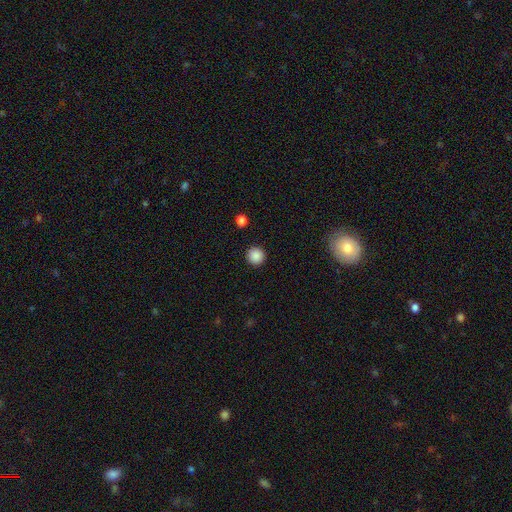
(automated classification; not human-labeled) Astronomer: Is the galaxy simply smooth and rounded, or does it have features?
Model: smooth — 88%.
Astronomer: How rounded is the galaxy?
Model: round — 96%.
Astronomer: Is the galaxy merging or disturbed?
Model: none — 93%.